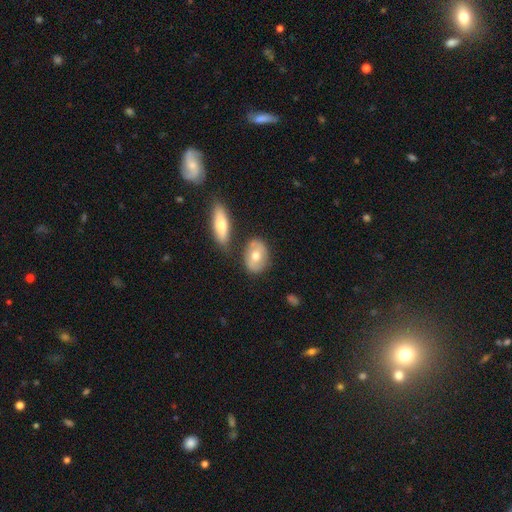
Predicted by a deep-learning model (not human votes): Smooth or featured? Predicted: smooth (p=0.58). How rounded? Predicted: in between (p=0.69). Merging? Predicted: none (p=0.70).